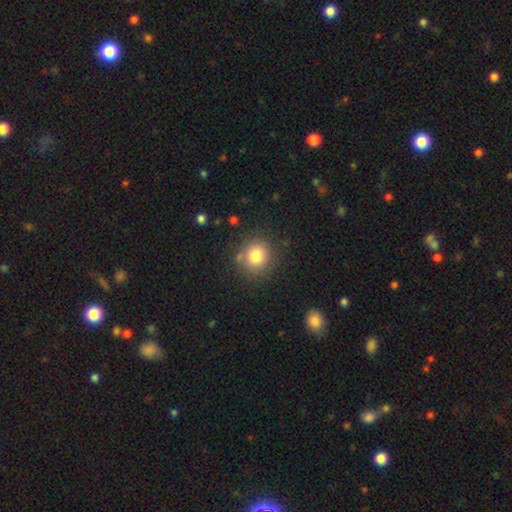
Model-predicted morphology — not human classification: Q: Smooth or featured?
A: smooth (80%); runner-up: star or artifact (12%)
Q: How rounded?
A: round (88%); runner-up: in between (11%)
Q: Merging?
A: none (82%); runner-up: minor disturbance (10%)